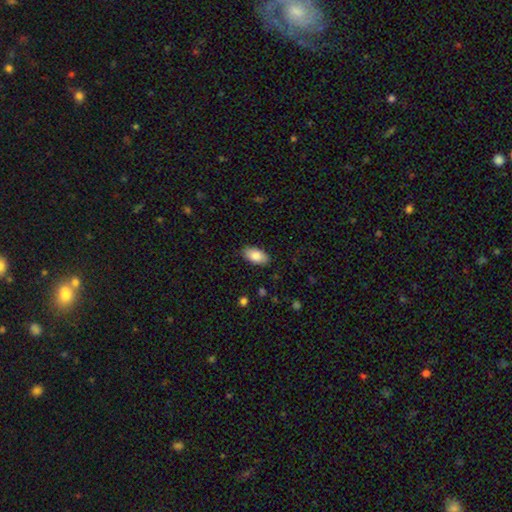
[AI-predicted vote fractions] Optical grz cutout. It shows a smooth galaxy with no disk features (86%) that is in between round and cigar-shaped (94%). Merging: none (86%).